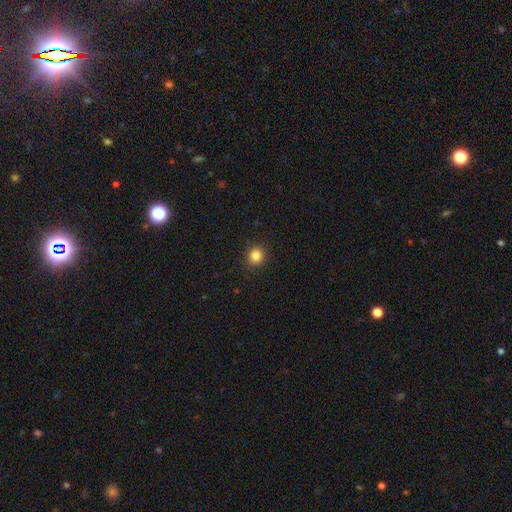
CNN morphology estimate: The model was most divided on "smooth or featured": smooth: 84%, star or artifact: 11%, featured or disk: 4%. More confident: merging — none (91%); how rounded — round (86%).